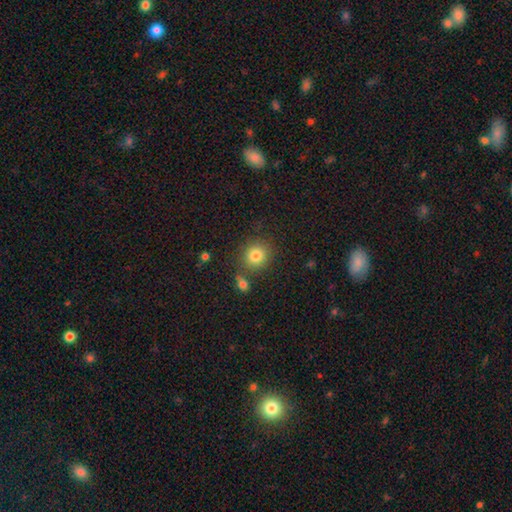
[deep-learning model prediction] Smooth or featured? Predicted: smooth (p=0.81). How rounded? Predicted: round (p=0.82). Merging? Predicted: none (p=0.76).